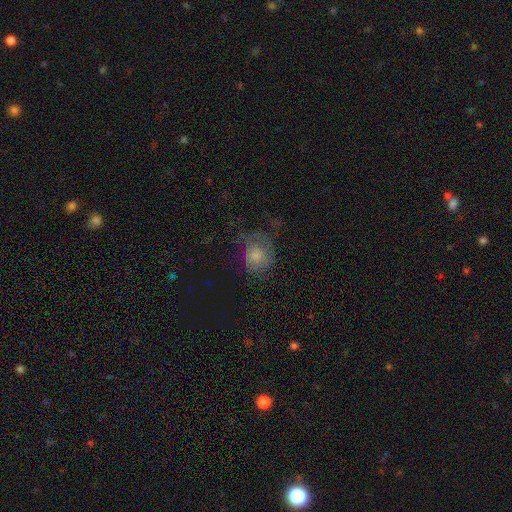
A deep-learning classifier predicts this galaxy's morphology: Overall: smooth (61%; featured or disk 27%). How rounded: round (73%). Merging: none (41%; major disturbance 33%).